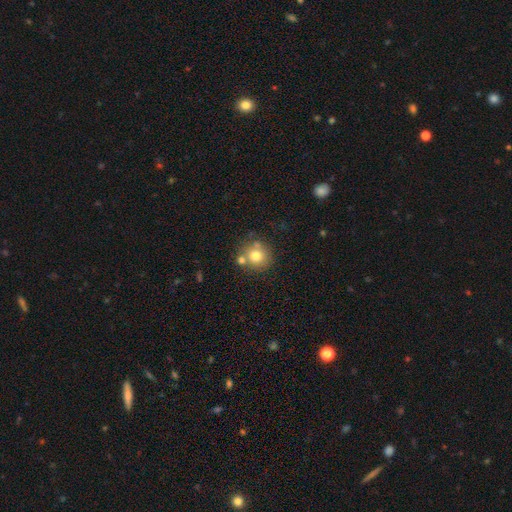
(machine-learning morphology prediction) A smooth galaxy with no disk features (74%) that is round (89%).

Vote fractions:
- Smooth or featured? smooth: 74% / featured or disk: 15% / star or artifact: 11%
- How rounded? round: 89% / in between: 10% / cigar-shaped: 1%
- Merging? none: 61% / merger: 21% / minor disturbance: 13% / major disturbance: 5%